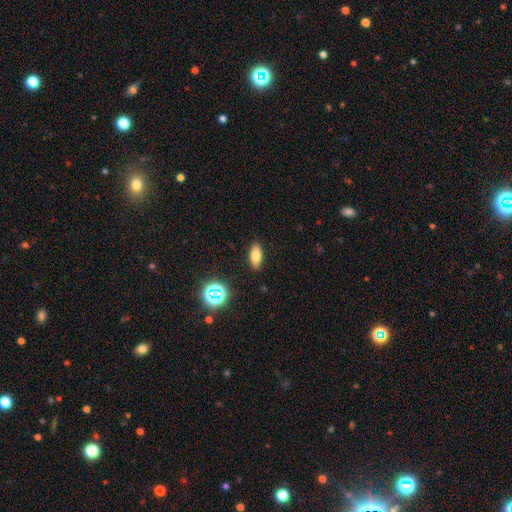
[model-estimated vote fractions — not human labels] smooth-or-featured: smooth: 75% | star or artifact: 13% | featured or disk: 11%
  how-rounded: in between: 84% | cigar-shaped: 11% | round: 5%
  merging: none: 88% | minor disturbance: 8% | major disturbance: 2% | merger: 1%